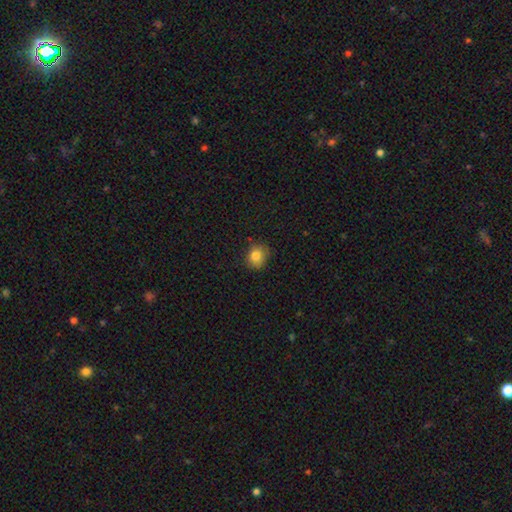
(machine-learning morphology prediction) smooth 82%, star or artifact 11%, featured or disk 7%. Down the decision tree: how rounded — round (71%); merging — none (80%).